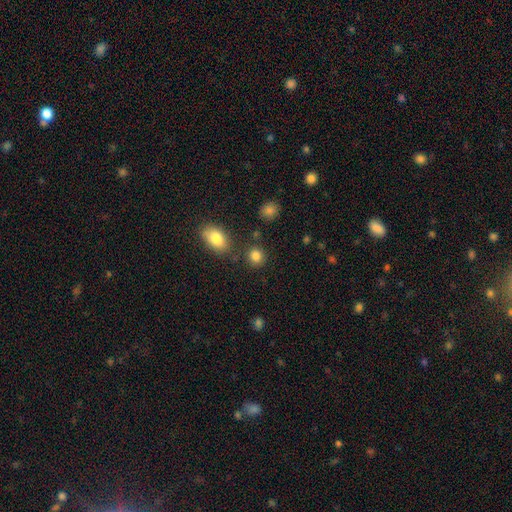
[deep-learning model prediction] A smooth galaxy with no disk features (85%) that is round (81%).

Vote fractions:
- Smooth or featured? smooth: 85% / star or artifact: 10% / featured or disk: 5%
- How rounded? round: 81% / in between: 18% / cigar-shaped: 1%
- Merging? none: 82% / minor disturbance: 8% / merger: 6% / major disturbance: 3%